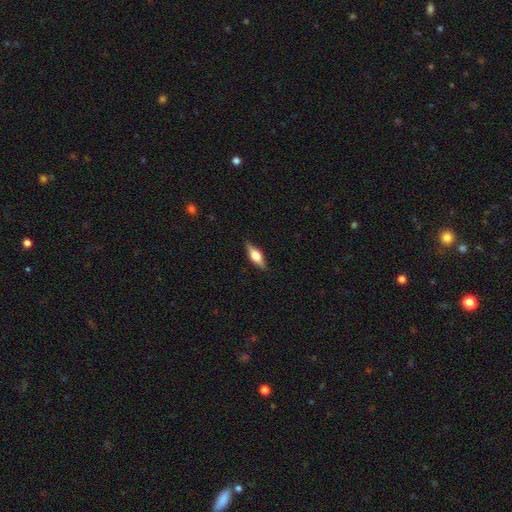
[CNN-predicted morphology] smooth_or_featured: featured or disk (p=0.52) [alt: smooth p=0.41]
disk_edge_on: yes (p=0.94) [alt: no p=0.06]
merging: none (p=0.86) [alt: minor disturbance p=0.10]